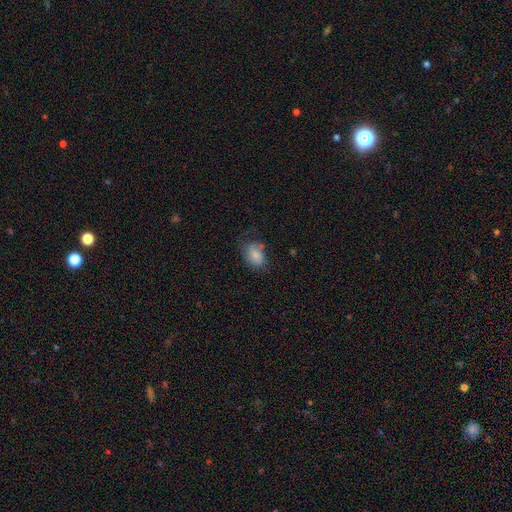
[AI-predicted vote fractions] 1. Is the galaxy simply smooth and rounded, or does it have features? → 80% smooth, 12% featured or disk, 8% star or artifact.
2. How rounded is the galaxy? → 84% in between, 15% round, 1% cigar-shaped.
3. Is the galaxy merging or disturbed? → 55% none, 29% minor disturbance, 12% major disturbance, 5% merger.